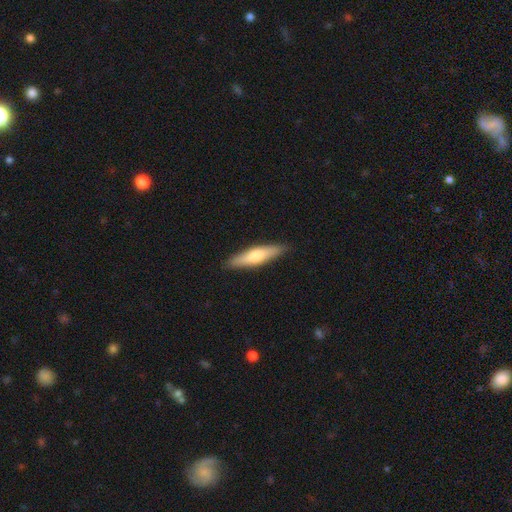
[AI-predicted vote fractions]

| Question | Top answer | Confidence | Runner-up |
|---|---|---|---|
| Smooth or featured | smooth | 61% | featured or disk (34%) |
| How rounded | cigar-shaped | 78% | in between (21%) |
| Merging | none | 89% | minor disturbance (9%) |